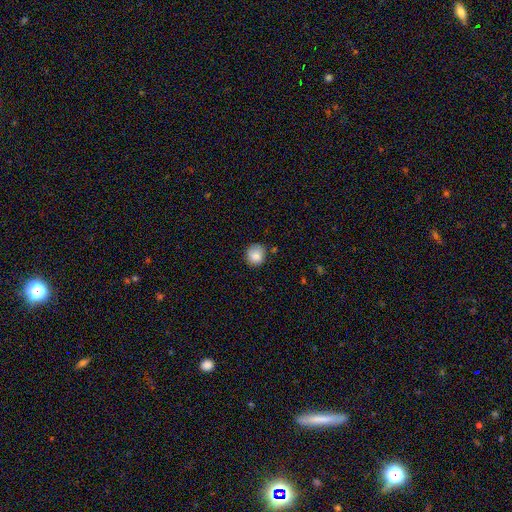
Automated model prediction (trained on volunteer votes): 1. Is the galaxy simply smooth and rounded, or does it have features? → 86% smooth, 8% star or artifact, 5% featured or disk.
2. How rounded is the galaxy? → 89% round, 10% in between, 1% cigar-shaped.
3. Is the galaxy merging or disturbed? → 76% none, 17% minor disturbance, 3% major disturbance, 3% merger.